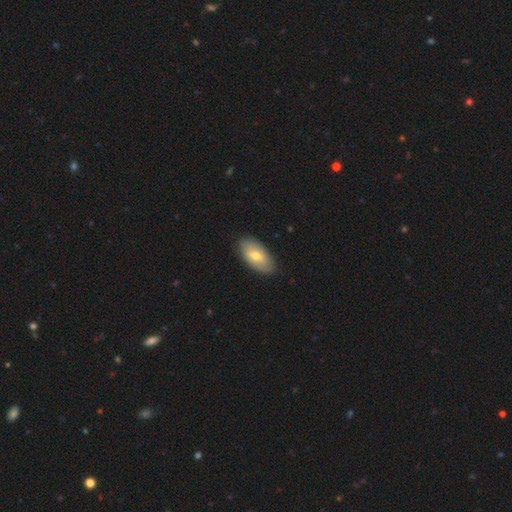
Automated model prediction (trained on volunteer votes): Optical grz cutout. It shows a smooth galaxy with no disk features (62%) that is in between round and cigar-shaped (93%). Merging: none (85%).